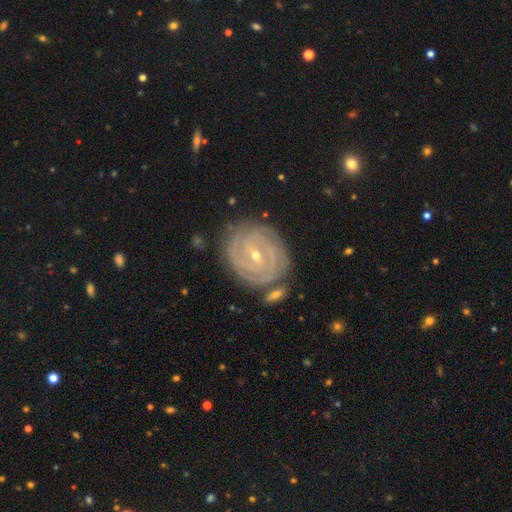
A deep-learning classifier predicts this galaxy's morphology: Smooth or featured? Predicted: featured or disk (p=0.91). Edge-on disk? Predicted: no (p=0.97). Bar? Predicted: weak (p=0.48). Spiral arms? Predicted: yes (p=0.98). Spiral winding? Predicted: tight (p=0.87). Spiral arm count? Predicted: 2 (p=0.35). Bulge size? Predicted: small (p=0.66). Merging? Predicted: none (p=0.80).